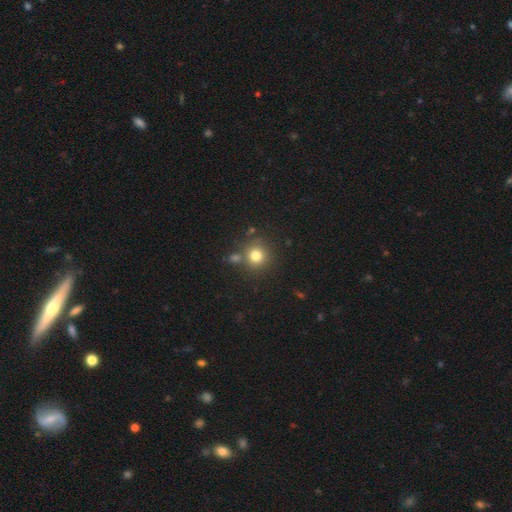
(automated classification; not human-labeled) smooth_or_featured: smooth (p=0.78) [alt: star or artifact p=0.14]
how_rounded: round (p=0.90) [alt: in between p=0.09]
merging: none (p=0.73) [alt: merger p=0.14]